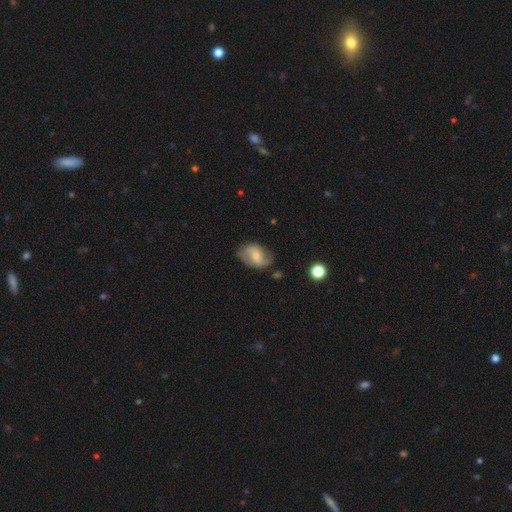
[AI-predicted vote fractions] Q: Smooth or featured?
A: featured or disk (55%); runner-up: smooth (37%)
Q: Edge-on disk?
A: no (96%); runner-up: yes (4%)
Q: Bar?
A: no (45%); runner-up: weak (41%)
Q: Spiral arms?
A: yes (86%); runner-up: no (14%)
Q: Bulge size?
A: small (52%); runner-up: moderate (39%)
Q: Merging?
A: none (67%); runner-up: minor disturbance (23%)